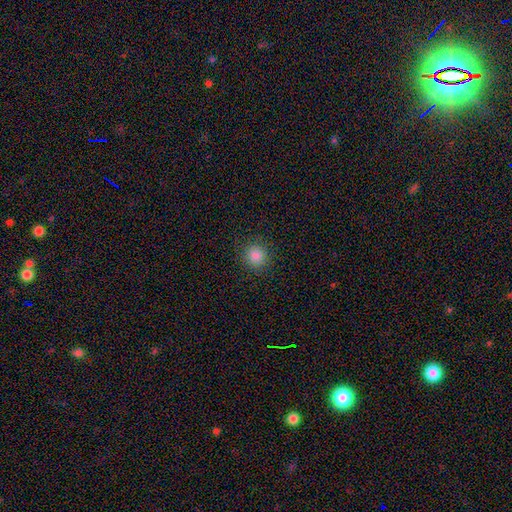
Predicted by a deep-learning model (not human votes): This is clearly a smooth galaxy (85%). How rounded: clearly round (92%). Merging: clearly none (90%).